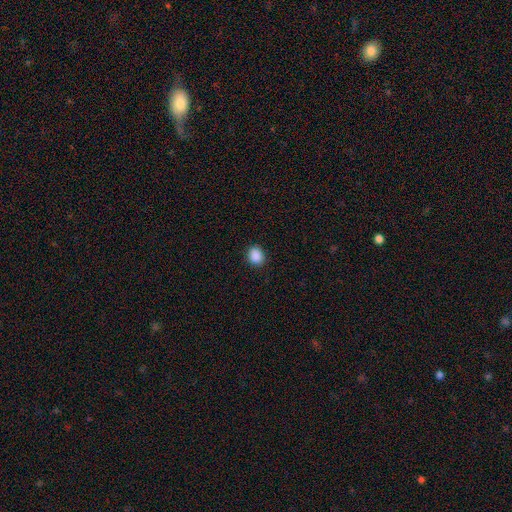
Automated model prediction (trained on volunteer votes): Smooth or featured? smooth (89%)
How rounded? round (53%)
Merging? none (90%)